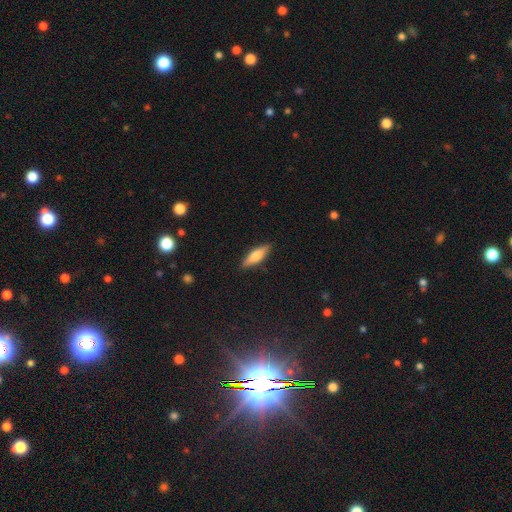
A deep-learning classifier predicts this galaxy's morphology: type=smooth (67%); roundness=cigar-shaped (54%); merging=none (88%).